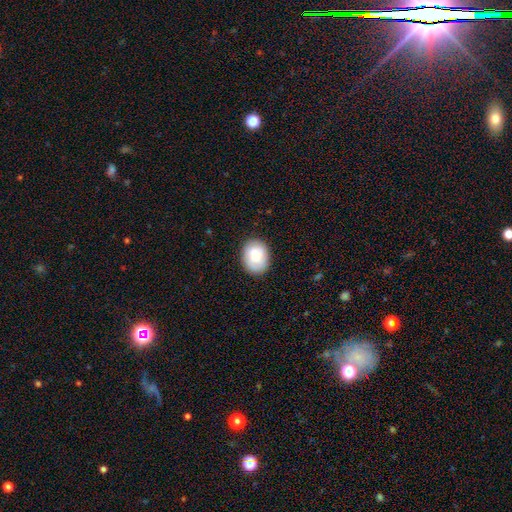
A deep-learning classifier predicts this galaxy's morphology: Smooth or featured: smooth — 80% (featured or disk — 13%)
How rounded: in between — 59% (round — 40%)
Merging: none — 84% (minor disturbance — 12%)